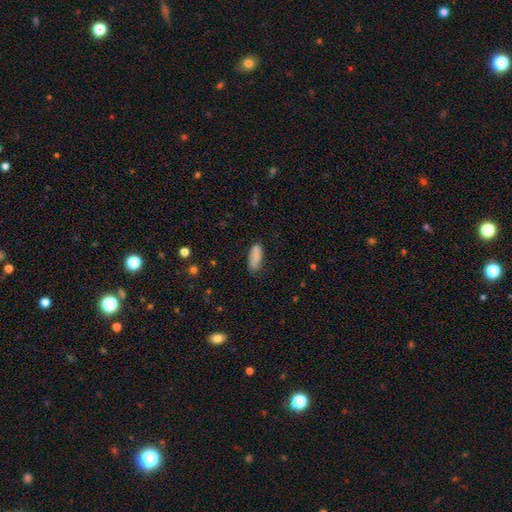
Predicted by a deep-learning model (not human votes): Smooth or featured? Predicted: smooth (p=0.81). How rounded? Predicted: in between (p=0.74). Merging? Predicted: none (p=0.71).